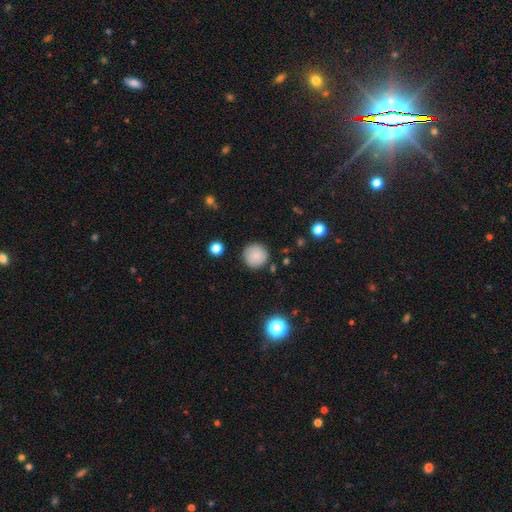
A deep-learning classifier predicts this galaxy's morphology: smooth-or-featured: smooth: 85% | star or artifact: 9% | featured or disk: 5%
  how-rounded: round: 95% | in between: 4% | cigar-shaped: 1%
  merging: none: 89% | minor disturbance: 8% | major disturbance: 2% | merger: 1%